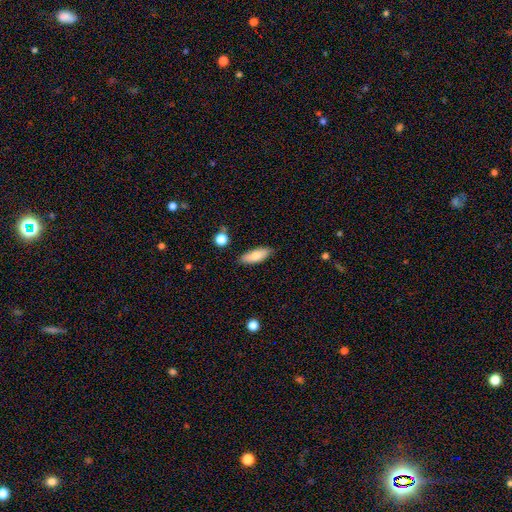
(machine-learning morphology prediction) The model was most divided on "how rounded": in between: 71%, cigar-shaped: 27%, round: 2%. More confident: merging — none (83%); smooth or featured — smooth (78%).